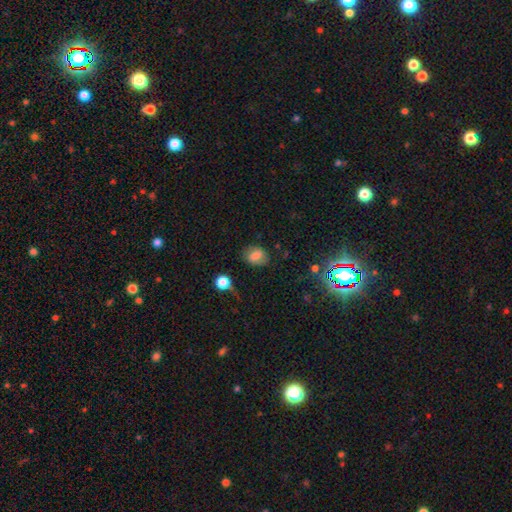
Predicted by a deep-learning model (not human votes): The model was most divided on "how rounded": in between: 63%, round: 36%, cigar-shaped: 1%. More confident: merging — none (74%); smooth or featured — smooth (71%).